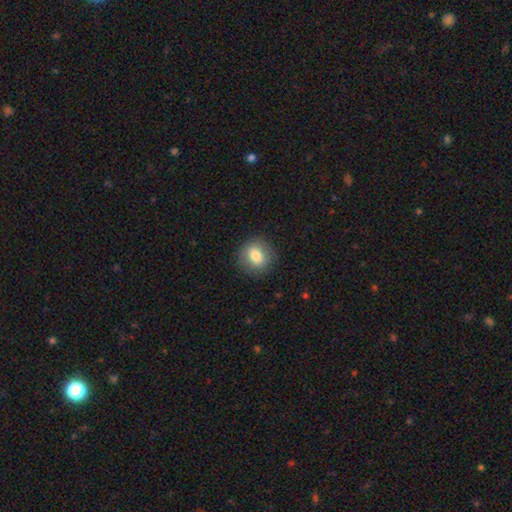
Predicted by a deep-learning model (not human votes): smooth 80%, featured or disk 11%, star or artifact 9%. Down the decision tree: how rounded — round (80%); merging — none (88%).